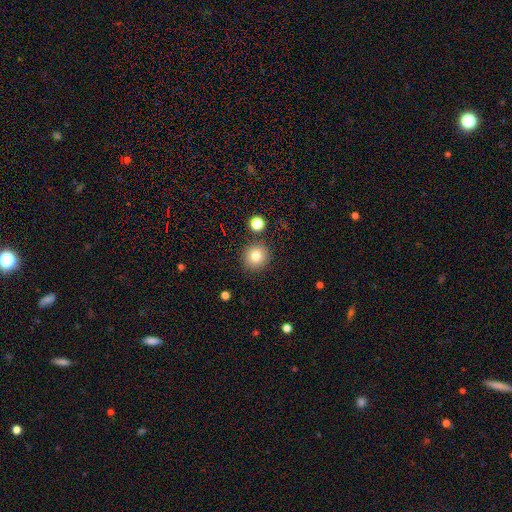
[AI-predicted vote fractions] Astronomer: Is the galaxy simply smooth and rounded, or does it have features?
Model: smooth — 79%.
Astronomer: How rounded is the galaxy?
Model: round — 90%.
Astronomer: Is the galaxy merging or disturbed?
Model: none — 86%.